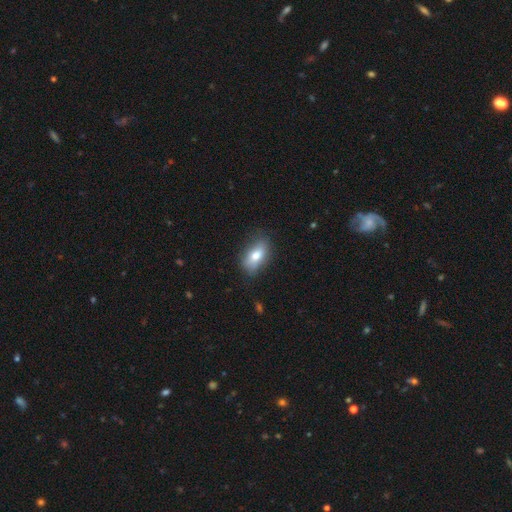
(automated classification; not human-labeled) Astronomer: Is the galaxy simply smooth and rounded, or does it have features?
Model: smooth — 74%.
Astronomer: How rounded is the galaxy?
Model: in between — 87%.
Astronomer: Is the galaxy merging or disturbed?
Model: none — 72%.